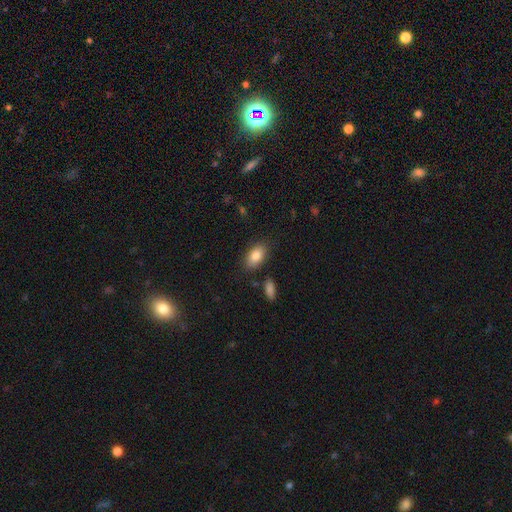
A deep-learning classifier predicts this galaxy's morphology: smooth-or-featured: smooth: 85% | featured or disk: 8% | star or artifact: 7%
  how-rounded: in between: 91% | round: 6% | cigar-shaped: 3%
  merging: none: 83% | minor disturbance: 11% | merger: 3% | major disturbance: 3%